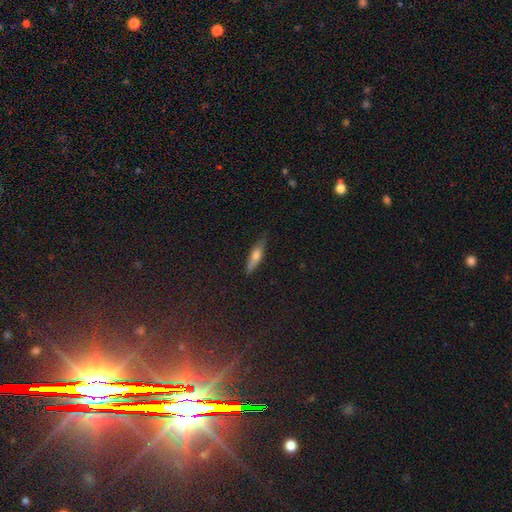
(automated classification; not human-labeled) Smooth or featured? Predicted: smooth (p=0.57). How rounded? Predicted: cigar-shaped (p=0.70). Merging? Predicted: none (p=0.82).